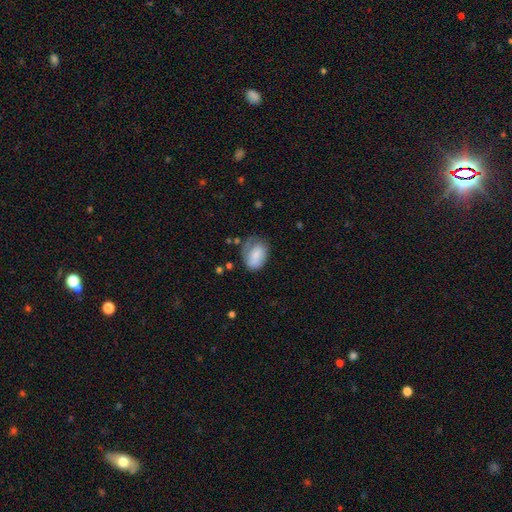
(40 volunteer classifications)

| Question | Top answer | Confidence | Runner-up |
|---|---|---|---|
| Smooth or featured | smooth | 80% | featured or disk (15%) |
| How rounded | in between | 72% | round (28%) |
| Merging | none | 39% | minor disturbance (37%) |